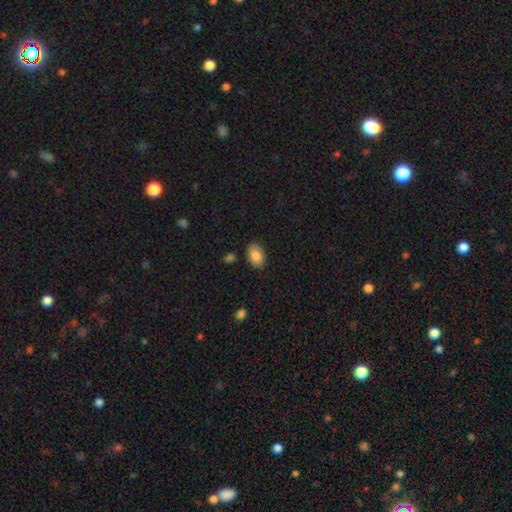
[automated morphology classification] type=smooth (85%); roundness=in between (85%); merging=none (85%).